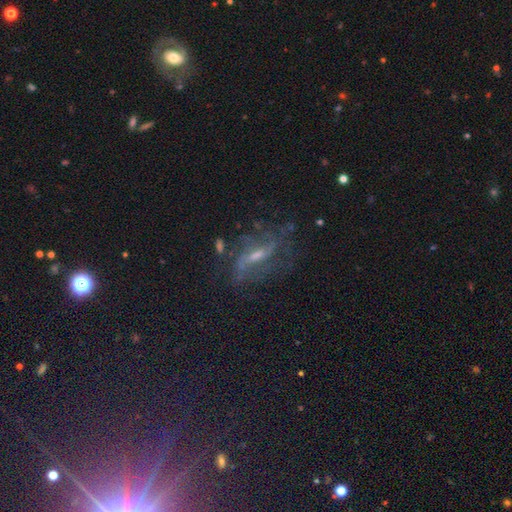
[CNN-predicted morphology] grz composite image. It shows a featured or disk galaxy (72%) with a weak bar (44%), spiral arms (79%) and a small central bulge (50%). Merging: none (58%).